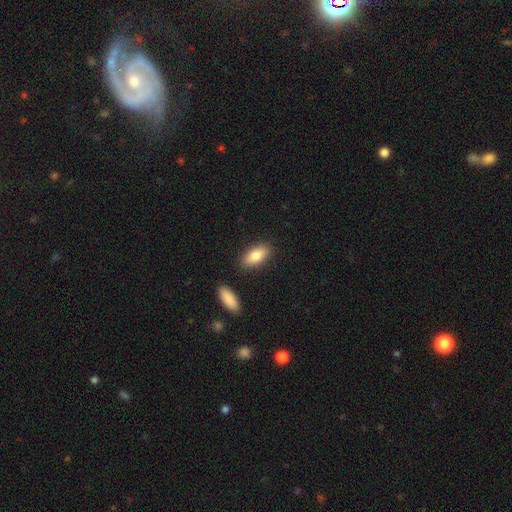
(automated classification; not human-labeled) A smooth galaxy with no disk features (82%) that is in between round and cigar-shaped (85%). Merging: none (85%).